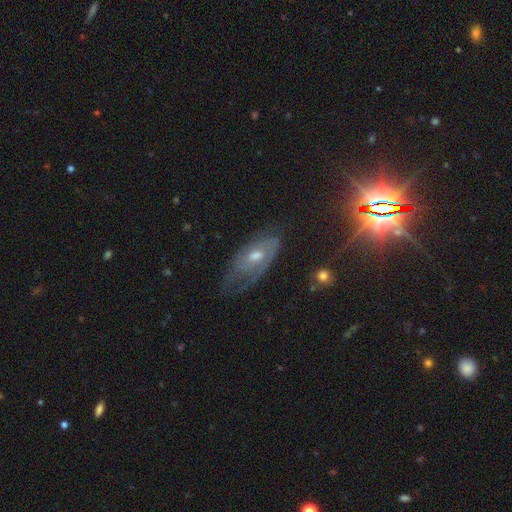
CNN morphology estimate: This appears to be a featured or disk galaxy (58%). Merging: none (56%).